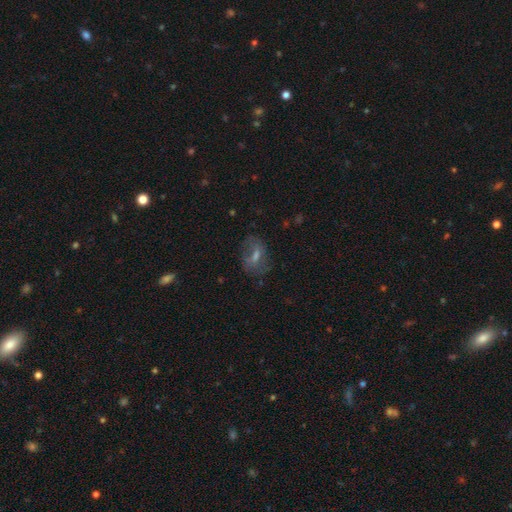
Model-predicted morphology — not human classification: This is marginally a smooth galaxy (45%). Merging: possibly none (56%).